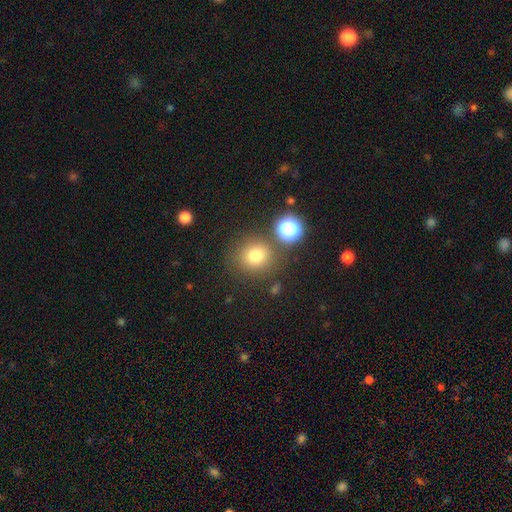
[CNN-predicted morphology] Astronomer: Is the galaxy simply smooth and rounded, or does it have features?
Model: smooth — 77%.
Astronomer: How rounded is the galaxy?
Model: round — 85%.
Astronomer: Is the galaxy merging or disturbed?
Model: none — 77%.